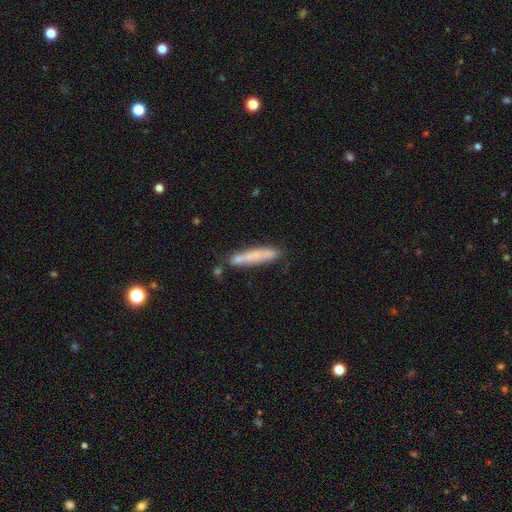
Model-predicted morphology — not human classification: smooth-or-featured: smooth: 64% | featured or disk: 28% | star or artifact: 7%
  how-rounded: cigar-shaped: 91% | in between: 7% | round: 1%
  merging: none: 63% | minor disturbance: 19% | merger: 12% | major disturbance: 5%